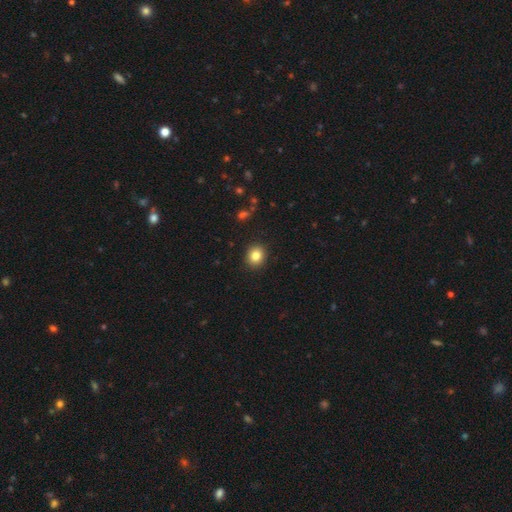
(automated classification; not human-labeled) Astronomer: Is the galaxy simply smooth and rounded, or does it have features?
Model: smooth — 83%.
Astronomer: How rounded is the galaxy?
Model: round — 80%.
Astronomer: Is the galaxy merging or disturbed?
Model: none — 91%.